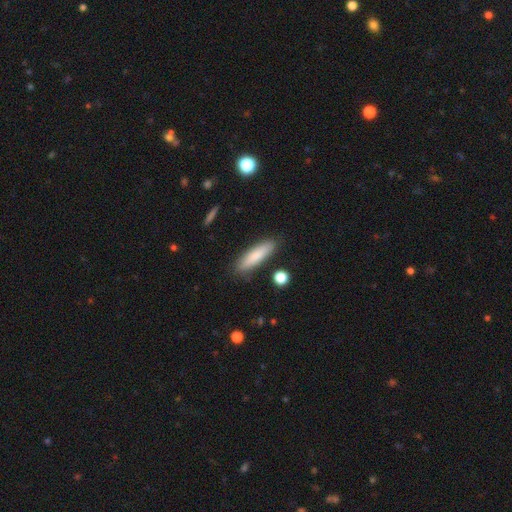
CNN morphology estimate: Overall: smooth (81%). How rounded: cigar-shaped (70%). Merging: none (85%).